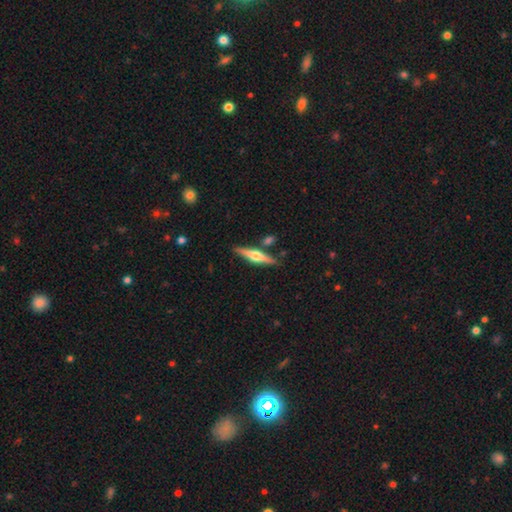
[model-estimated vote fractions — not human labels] Overall: featured or disk (70%). Edge-on disk: yes (97%). Edge-on bulge: rounded (93%). Merging: none (83%).